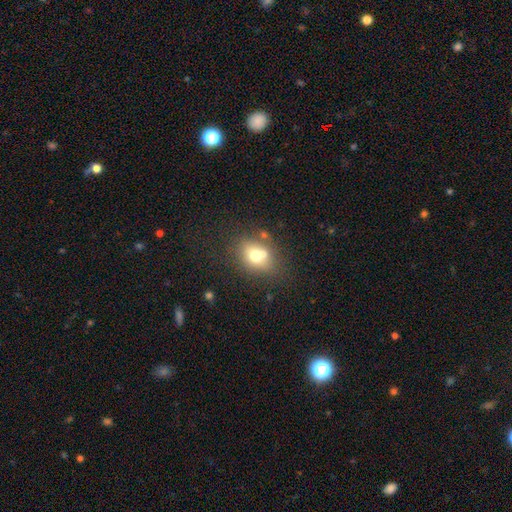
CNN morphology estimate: smooth_or_featured: smooth (p=0.67) [alt: featured or disk p=0.21]
how_rounded: round (p=0.50) [alt: in between p=0.49]
merging: none (p=0.54) [alt: merger p=0.28]